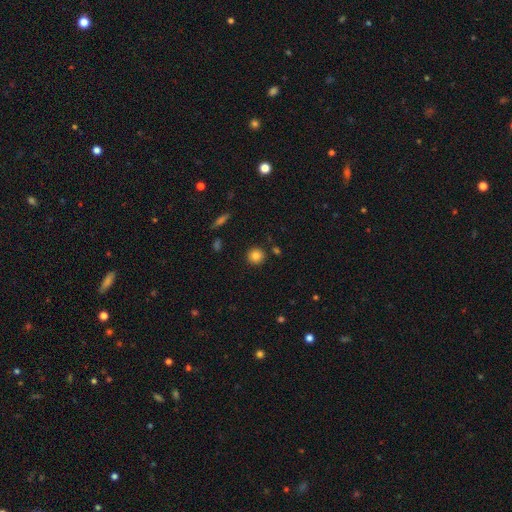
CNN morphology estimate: Smooth or featured? smooth (83%)
How rounded? round (94%)
Merging? none (89%)